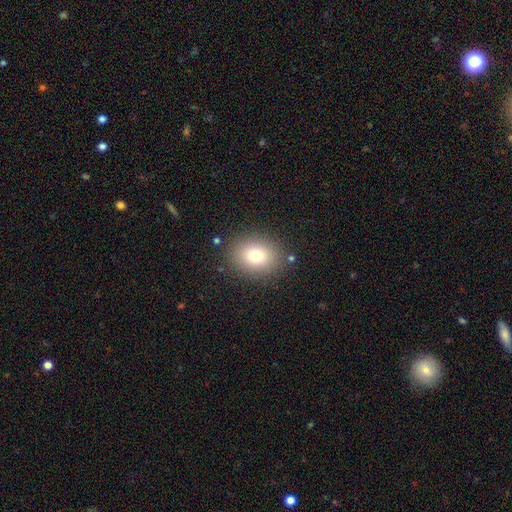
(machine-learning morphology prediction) Overall: smooth (76%). How rounded: round (53%; in between 46%). Merging: none (85%).